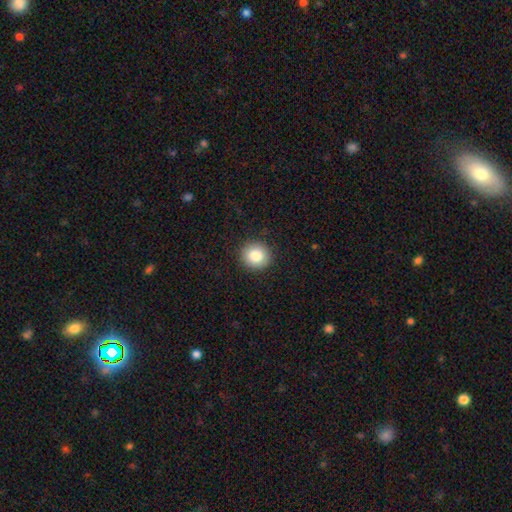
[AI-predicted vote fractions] smooth-or-featured: smooth: 84% | star or artifact: 9% | featured or disk: 7%
  how-rounded: round: 89% | in between: 10% | cigar-shaped: 1%
  merging: none: 91% | minor disturbance: 6% | major disturbance: 2% | merger: 1%